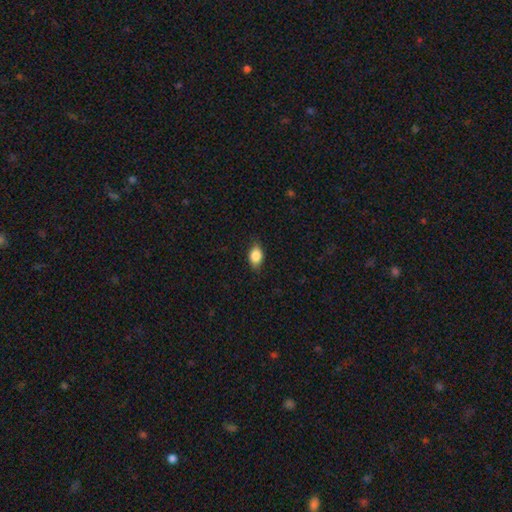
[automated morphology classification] smooth_or_featured: smooth (p=0.86) [alt: star or artifact p=0.08]
how_rounded: in between (p=0.83) [alt: round p=0.14]
merging: none (p=0.83) [alt: minor disturbance p=0.14]